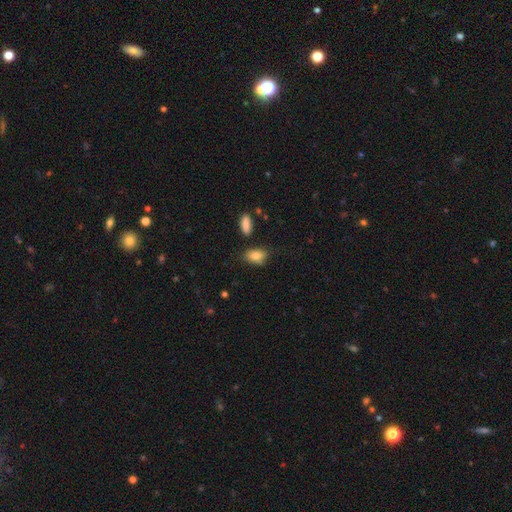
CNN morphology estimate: Smooth or featured?
  - smooth: 81% *
  - featured or disk: 10%
  - star or artifact: 9%
How rounded?
  - in between: 84% *
  - round: 13%
  - cigar-shaped: 3%
Merging?
  - none: 70% *
  - minor disturbance: 20%
  - merger: 5%
  - major disturbance: 5%